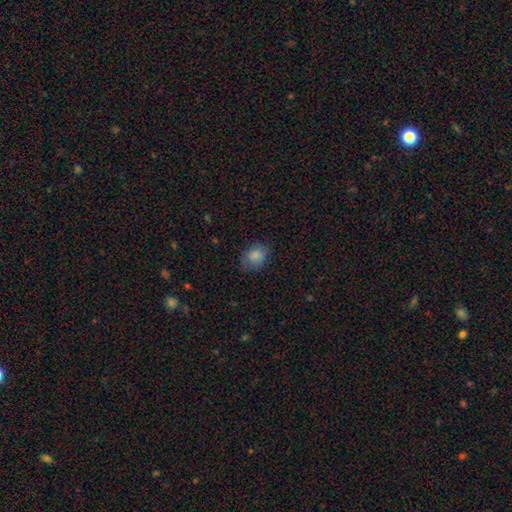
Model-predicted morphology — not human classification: Smooth or featured? smooth (84%)
How rounded? in between (53%)
Merging? none (72%)